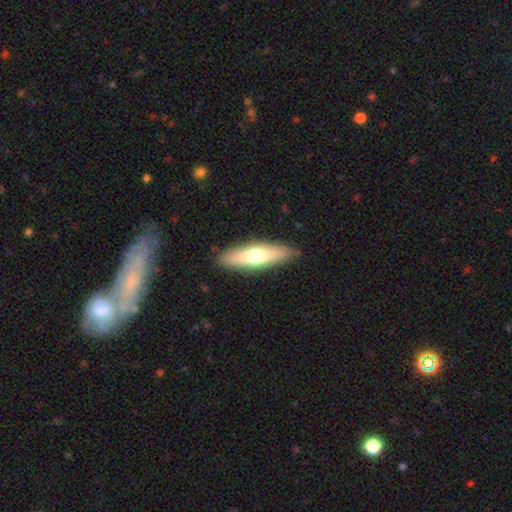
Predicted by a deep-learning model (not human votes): A smooth galaxy with no disk features (60%) that is cigar-shaped (54%).

Vote fractions:
- Smooth or featured? smooth: 60% / featured or disk: 34% / star or artifact: 6%
- How rounded? cigar-shaped: 54% / in between: 43% / round: 3%
- Merging? none: 88% / minor disturbance: 9% / major disturbance: 2% / merger: 1%